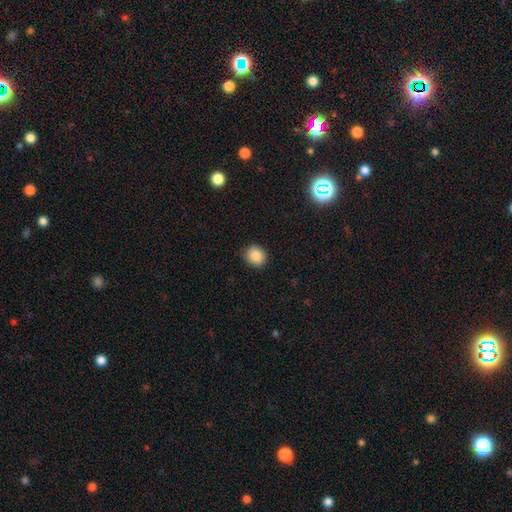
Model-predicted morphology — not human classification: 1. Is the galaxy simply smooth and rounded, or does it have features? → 86% smooth, 9% star or artifact, 4% featured or disk.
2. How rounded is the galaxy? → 76% round, 23% in between, 1% cigar-shaped.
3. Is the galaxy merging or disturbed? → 88% none, 9% minor disturbance, 2% major disturbance, 1% merger.